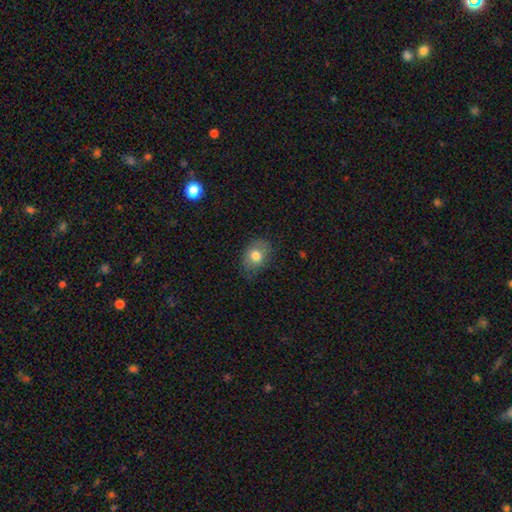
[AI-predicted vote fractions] Smooth or featured? Predicted: smooth (p=0.76). How rounded? Predicted: in between (p=0.65). Merging? Predicted: none (p=0.72).